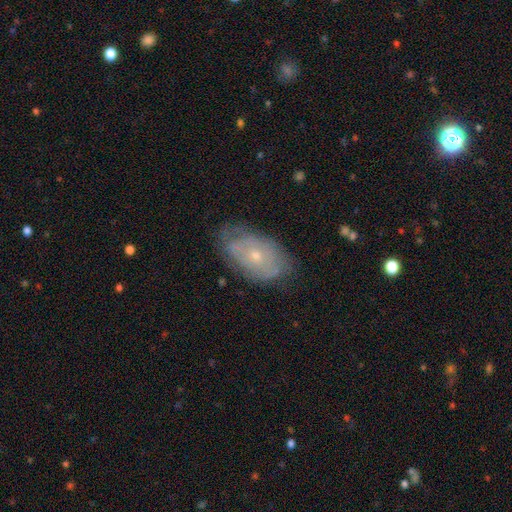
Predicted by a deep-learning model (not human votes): Smooth or featured: featured or disk — 57% (smooth — 35%)
Edge-on disk: no — 92% (yes — 8%)
Bar: no — 86% (weak — 12%)
Spiral arms: yes — 55% (no — 45%)
Bulge size: small — 66% (moderate — 31%)
Merging: none — 66% (minor disturbance — 25%)